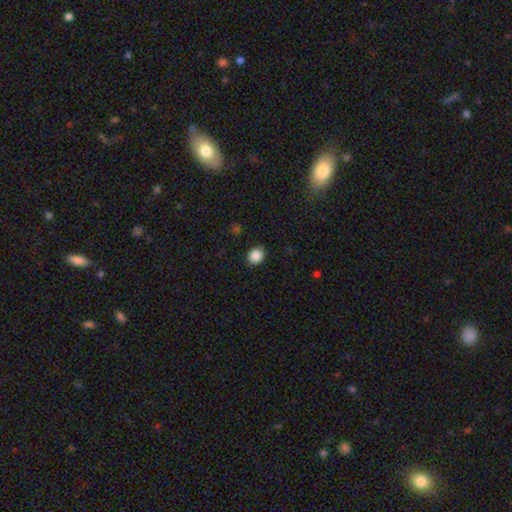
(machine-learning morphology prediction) type=smooth (88%); roundness=round (61%); merging=none (91%).